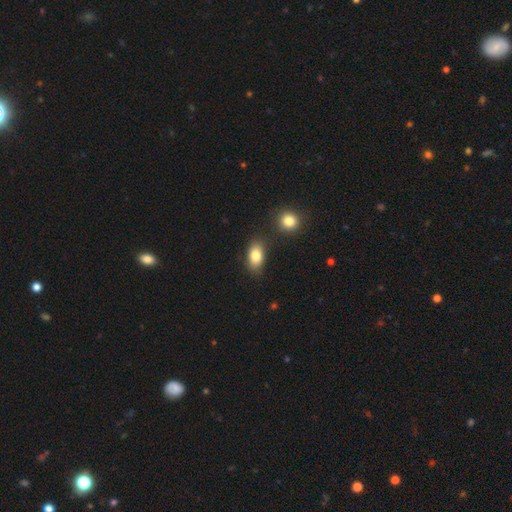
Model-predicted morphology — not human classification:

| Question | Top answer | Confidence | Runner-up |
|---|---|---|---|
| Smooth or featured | smooth | 83% | featured or disk (9%) |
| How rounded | in between | 89% | round (8%) |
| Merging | none | 77% | minor disturbance (13%) |